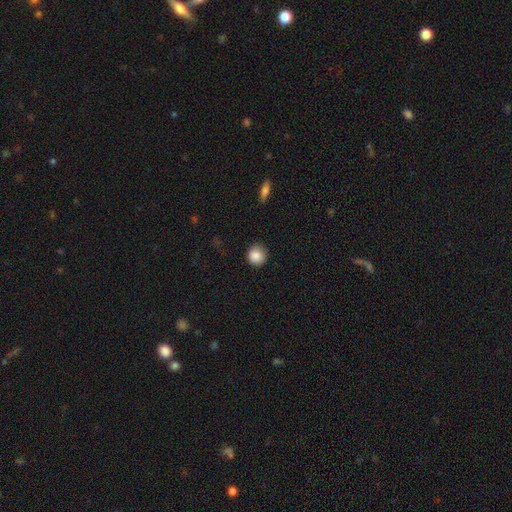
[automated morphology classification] Smooth or featured? Predicted: smooth (p=0.87). How rounded? Predicted: round (p=0.92). Merging? Predicted: none (p=0.86).